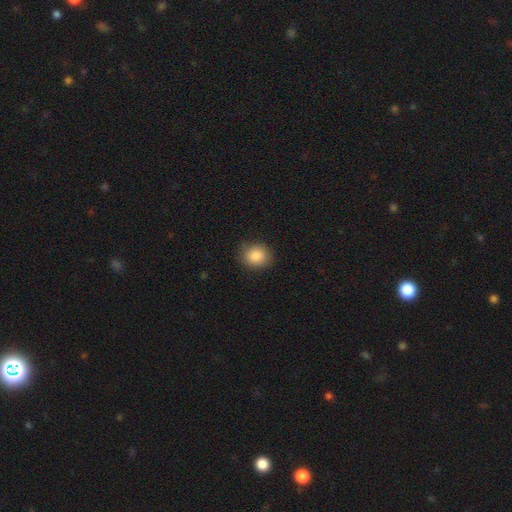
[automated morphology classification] Smooth or featured? Predicted: smooth (p=0.87). How rounded? Predicted: round (p=0.72). Merging? Predicted: none (p=0.85).